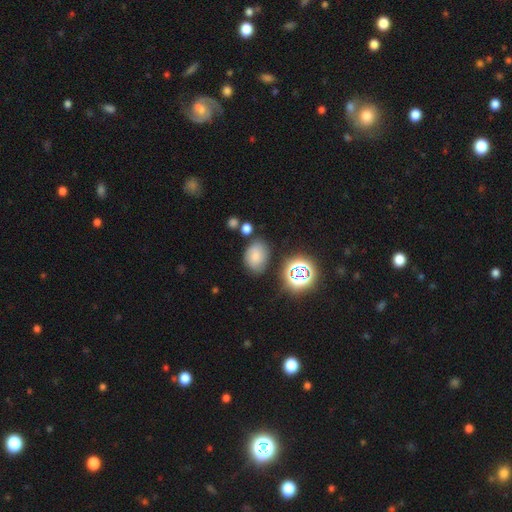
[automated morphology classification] Overall: smooth (66%). How rounded: in between (72%). Merging: none (70%).